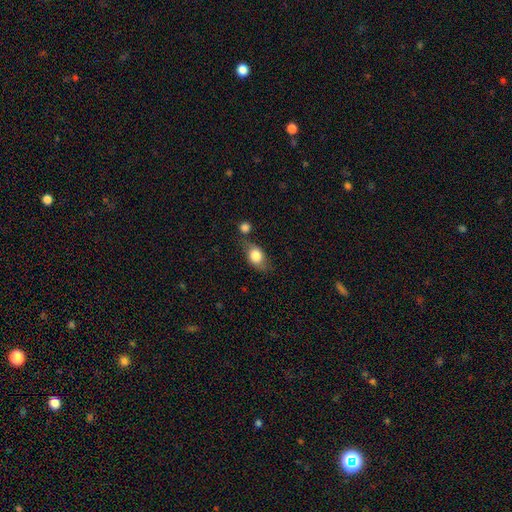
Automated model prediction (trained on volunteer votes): This is likely a smooth galaxy (73%). How rounded: likely in between (69%). Merging: possibly none (54%).